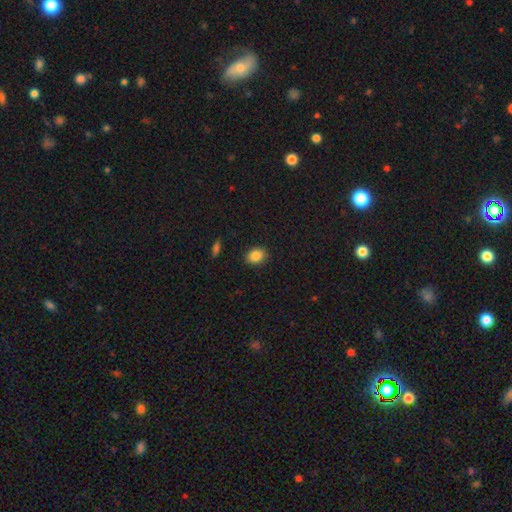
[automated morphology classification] The model was most divided on "how rounded": in between: 52%, round: 47%, cigar-shaped: 1%. More confident: merging — none (87%); smooth or featured — smooth (86%).